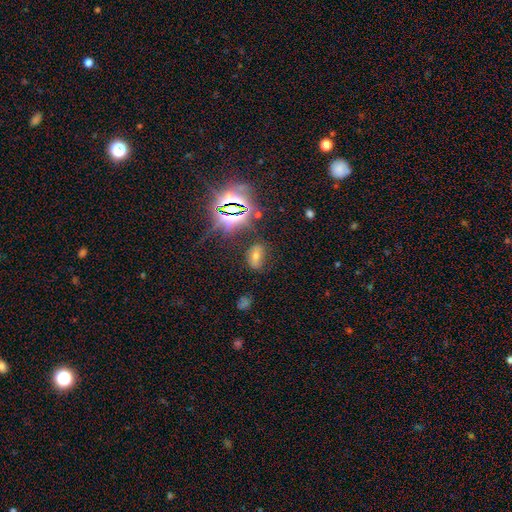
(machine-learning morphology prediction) The model was most divided on "smooth or featured": star or artifact: 48%, smooth: 33%, featured or disk: 19%.